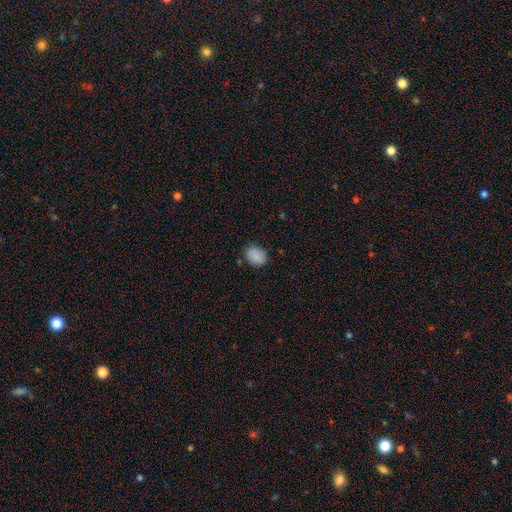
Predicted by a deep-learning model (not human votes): A smooth galaxy with no disk features (87%) that is in between round and cigar-shaped (60%). Merging: none (77%).